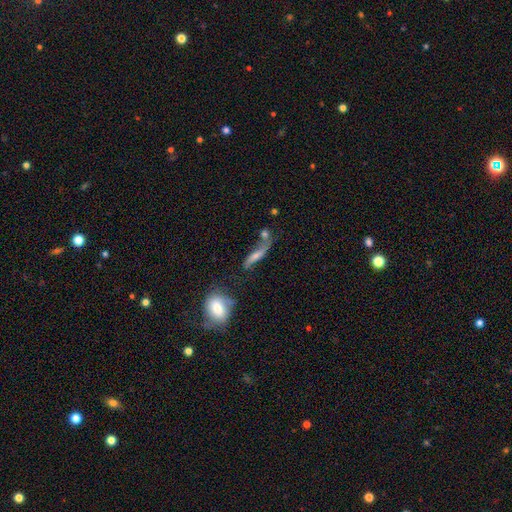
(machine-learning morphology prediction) Smooth or featured: featured or disk — 57% (smooth — 32%)
Edge-on disk: no — 56% (yes — 44%)
Merging: none — 44% (minor disturbance — 22%)